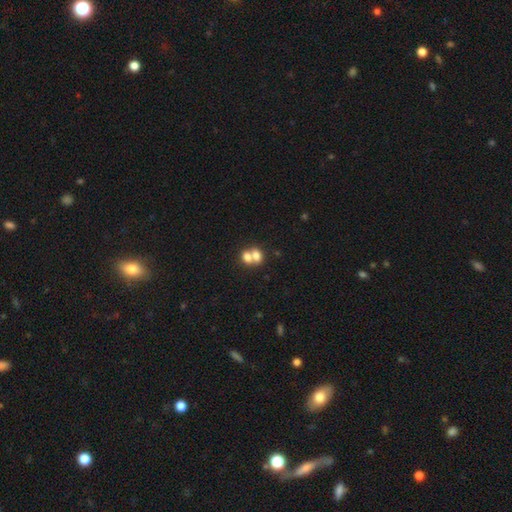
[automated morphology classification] Smooth or featured?
  - smooth: 72% *
  - featured or disk: 17%
  - star or artifact: 10%
How rounded?
  - in between: 58% *
  - round: 41%
  - cigar-shaped: 1%
Merging?
  - merger: 69% *
  - none: 23%
  - minor disturbance: 5%
  - major disturbance: 3%